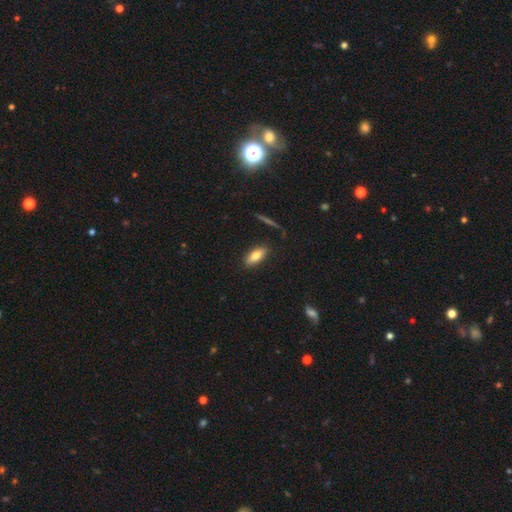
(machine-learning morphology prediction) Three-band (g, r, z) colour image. It shows a smooth galaxy with no disk features (72%) that is in between round and cigar-shaped (72%). Merging: none (87%).